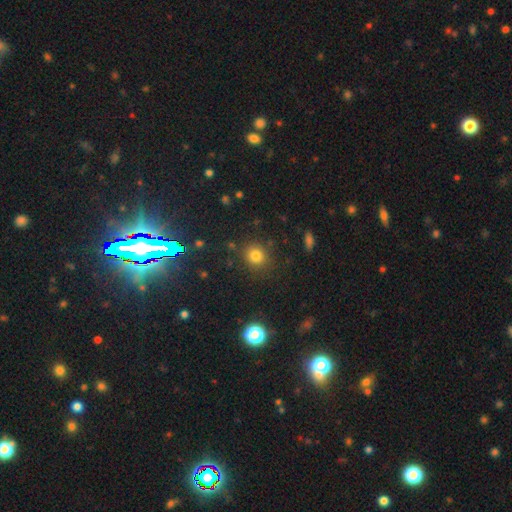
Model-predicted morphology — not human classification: This appears to be a smooth galaxy with no disk features (77%) that is round (84%). Merging: none (85%).